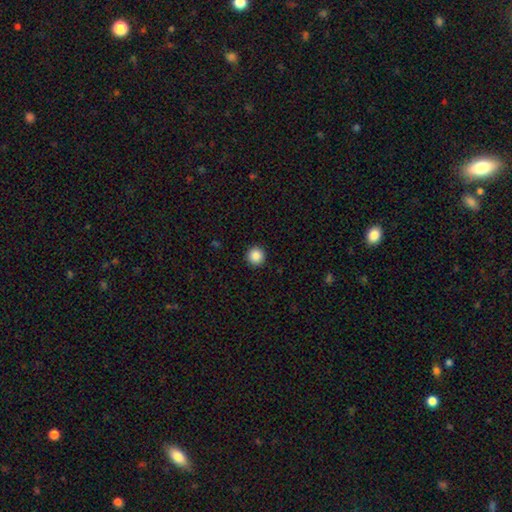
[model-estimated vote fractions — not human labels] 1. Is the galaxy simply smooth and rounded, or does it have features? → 87% smooth, 10% star or artifact, 4% featured or disk.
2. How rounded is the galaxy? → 96% round, 3% in between, 1% cigar-shaped.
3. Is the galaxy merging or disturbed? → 93% none, 4% minor disturbance, 2% major disturbance, 1% merger.